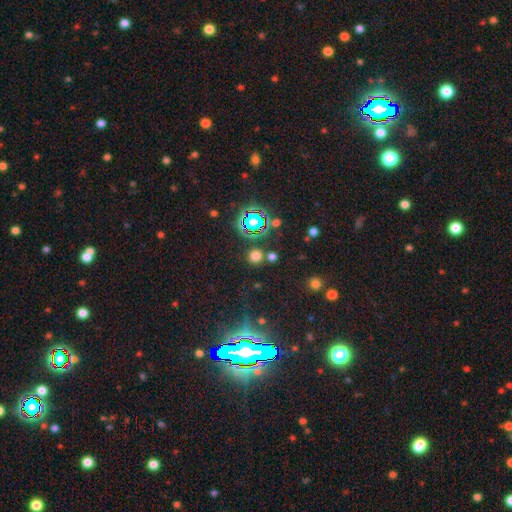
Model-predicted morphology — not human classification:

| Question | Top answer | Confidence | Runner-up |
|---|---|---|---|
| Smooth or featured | smooth | 61% | star or artifact (33%) |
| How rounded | round | 91% | in between (8%) |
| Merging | none | 81% | merger (9%) |